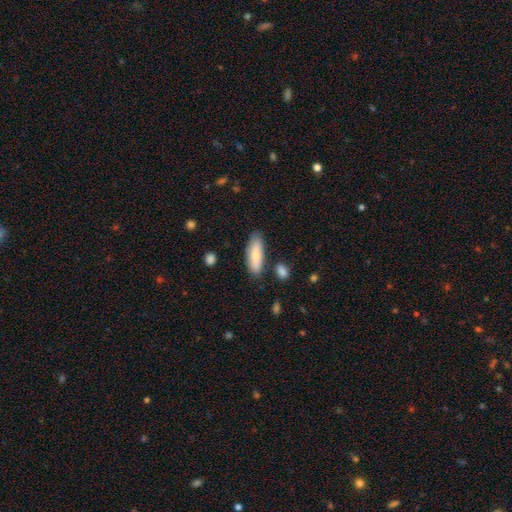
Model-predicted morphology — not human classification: A smooth galaxy with no disk features (76%) that is in between round and cigar-shaped (60%).

Vote fractions:
- Smooth or featured? smooth: 76% / featured or disk: 18% / star or artifact: 6%
- How rounded? in between: 60% / cigar-shaped: 38% / round: 2%
- Merging? none: 79% / minor disturbance: 14% / merger: 4% / major disturbance: 3%